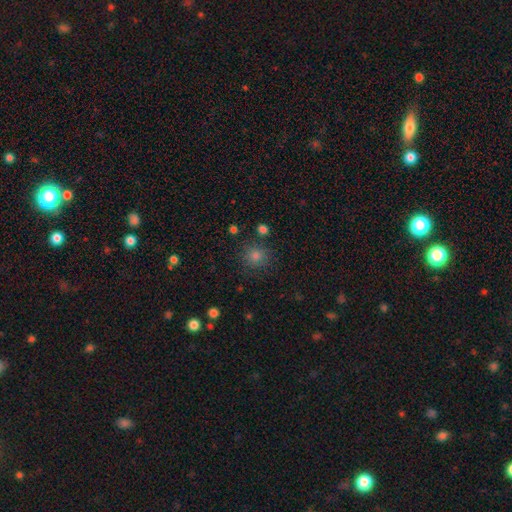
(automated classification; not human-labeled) Smooth or featured?
  - smooth: 74% *
  - star or artifact: 20%
  - featured or disk: 6%
How rounded?
  - round: 92% *
  - in between: 7%
  - cigar-shaped: 1%
Merging?
  - none: 86% *
  - minor disturbance: 8%
  - merger: 3%
  - major disturbance: 3%